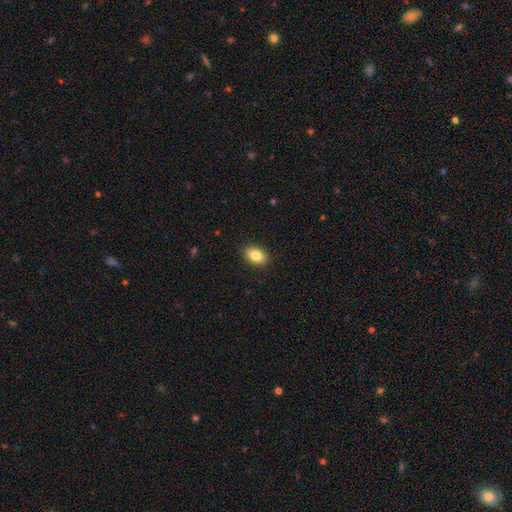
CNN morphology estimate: smooth-or-featured: smooth: 83% | featured or disk: 9% | star or artifact: 8%
  how-rounded: in between: 88% | round: 11% | cigar-shaped: 1%
  merging: none: 89% | minor disturbance: 8% | major disturbance: 2% | merger: 1%